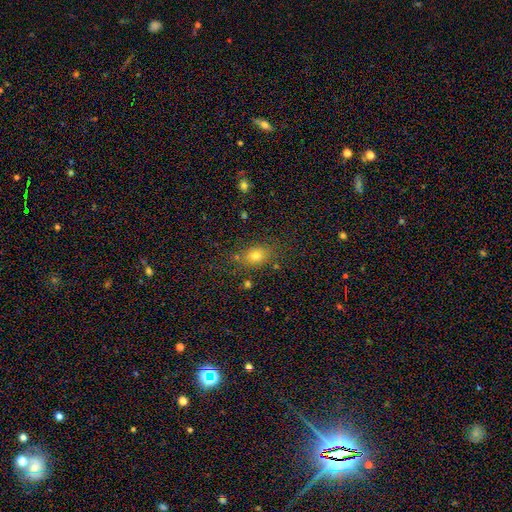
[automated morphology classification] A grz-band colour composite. It shows a smooth galaxy with no disk features (74%) that is in between round and cigar-shaped (61%). Merging: none (76%).